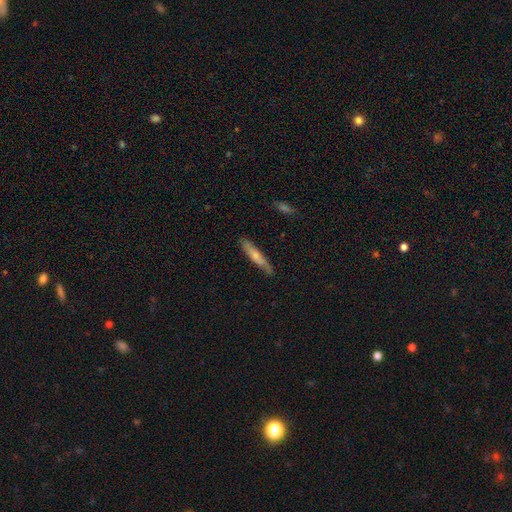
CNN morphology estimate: This is likely a smooth galaxy (65%). How rounded: clearly cigar-shaped (89%). Merging: clearly none (82%).